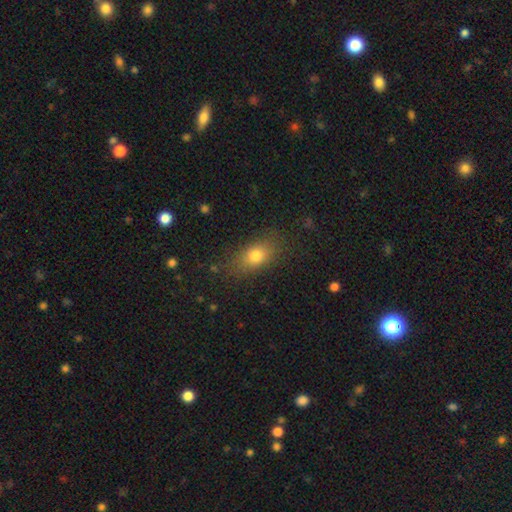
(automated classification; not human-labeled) Smooth or featured?
  - smooth: 77% *
  - featured or disk: 12%
  - star or artifact: 11%
How rounded?
  - in between: 77% *
  - round: 14%
  - cigar-shaped: 9%
Merging?
  - none: 79% *
  - minor disturbance: 14%
  - major disturbance: 5%
  - merger: 2%